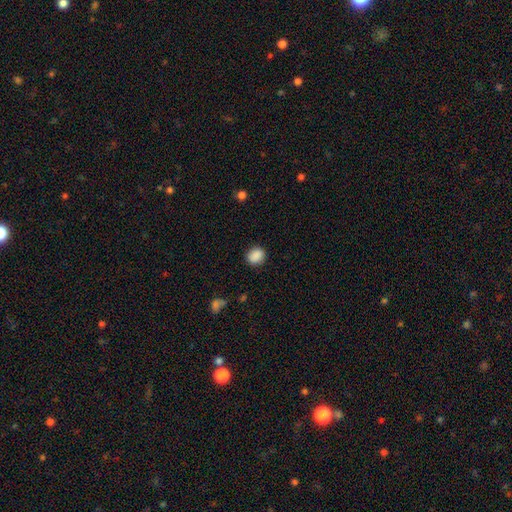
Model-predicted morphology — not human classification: This appears to be a smooth galaxy with no disk features (88%) that is round (67%). Merging: none (87%).